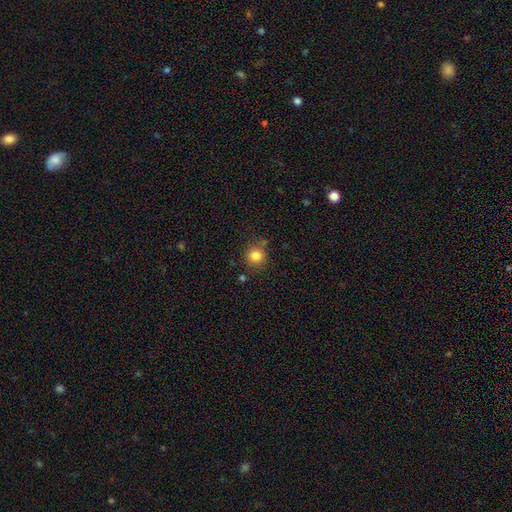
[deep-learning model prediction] A smooth galaxy with no disk features (84%) that is round (92%).

Vote fractions:
- Smooth or featured? smooth: 84% / star or artifact: 11% / featured or disk: 5%
- How rounded? round: 92% / in between: 7% / cigar-shaped: 1%
- Merging? none: 80% / minor disturbance: 11% / merger: 6% / major disturbance: 3%